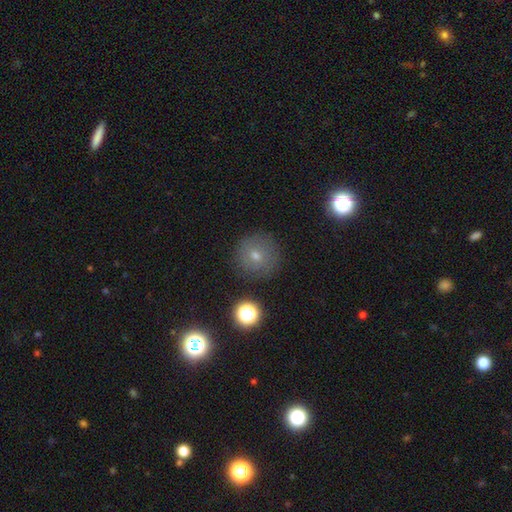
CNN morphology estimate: Smooth or featured: smooth — 62% (star or artifact — 20%)
How rounded: round — 95% (in between — 4%)
Merging: none — 89% (minor disturbance — 7%)